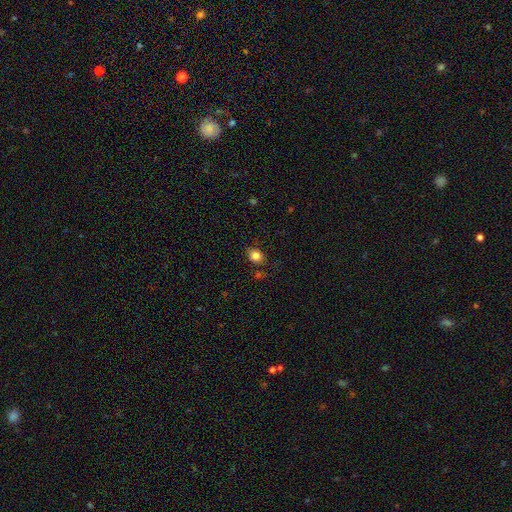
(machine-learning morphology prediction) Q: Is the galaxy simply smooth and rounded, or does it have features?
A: smooth — 83%.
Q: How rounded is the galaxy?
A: in between — 54%.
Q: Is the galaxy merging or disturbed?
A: none — 78%.